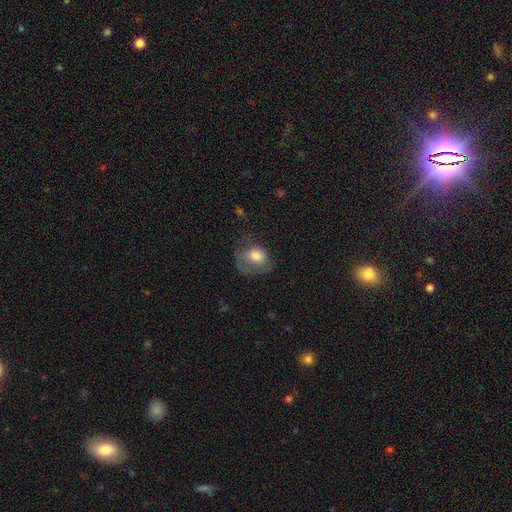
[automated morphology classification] smooth 71%, featured or disk 20%, star or artifact 9%. Down the decision tree: how rounded — round (53%); merging — major disturbance (35%).